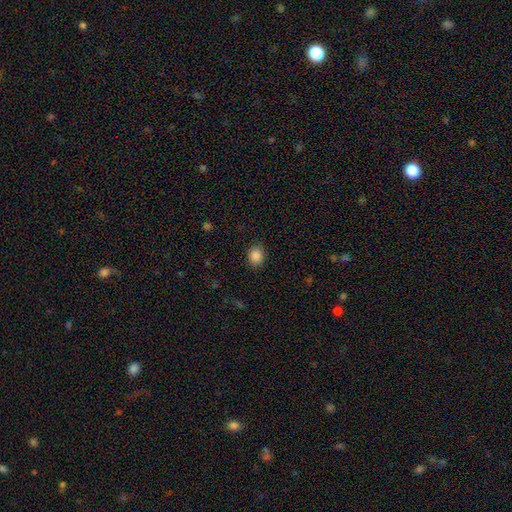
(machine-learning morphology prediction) Overall: smooth (87%). How rounded: round (62%; in between 37%). Merging: none (88%).